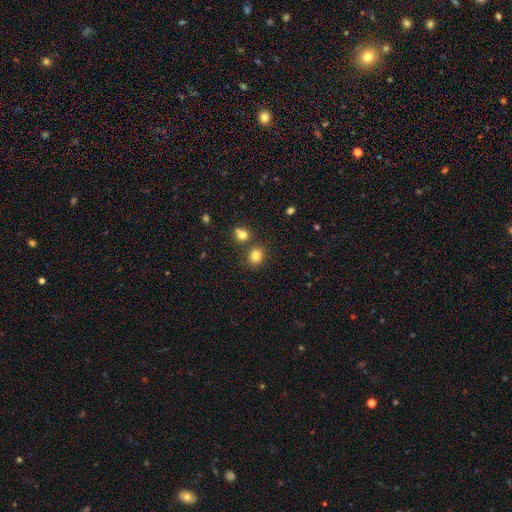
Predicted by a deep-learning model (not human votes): Smooth or featured? smooth (82%)
How rounded? round (73%)
Merging? none (76%)